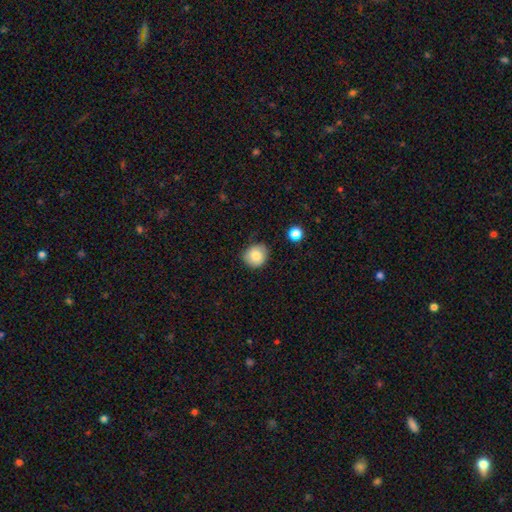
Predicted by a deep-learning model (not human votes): Q: Smooth or featured?
A: smooth (82%); runner-up: featured or disk (9%)
Q: How rounded?
A: round (85%); runner-up: in between (14%)
Q: Merging?
A: none (78%); runner-up: minor disturbance (17%)